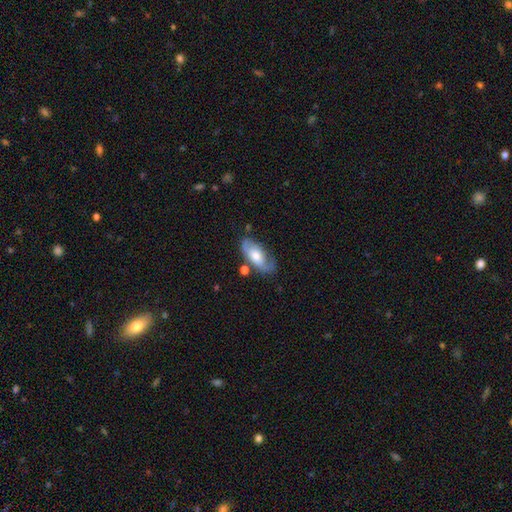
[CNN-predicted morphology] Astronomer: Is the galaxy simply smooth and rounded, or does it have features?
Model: featured or disk — 54% (runner-up: smooth, 40%).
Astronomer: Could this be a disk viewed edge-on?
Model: no — 86%.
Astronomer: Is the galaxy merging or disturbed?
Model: none — 63%.